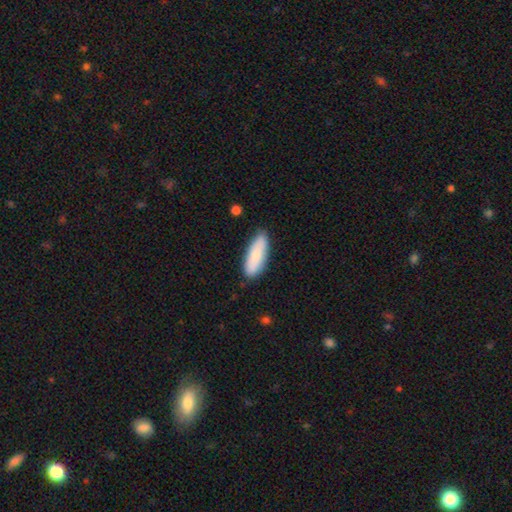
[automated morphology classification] smooth_or_featured: smooth (p=0.82) [alt: featured or disk p=0.13]
how_rounded: in between (p=0.61) [alt: cigar-shaped p=0.37]
merging: none (p=0.84) [alt: minor disturbance p=0.12]